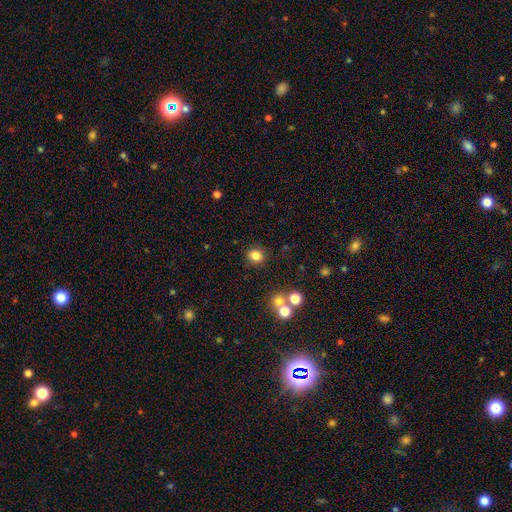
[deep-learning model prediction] Smooth or featured? Predicted: smooth (p=0.81). How rounded? Predicted: round (p=0.76). Merging? Predicted: none (p=0.85).